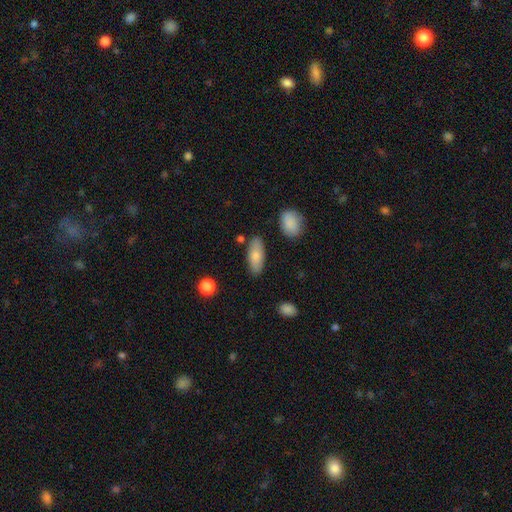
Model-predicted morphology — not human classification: A smooth galaxy with no disk features (78%) that is in between round and cigar-shaped (82%).

Vote fractions:
- Smooth or featured? smooth: 78% / featured or disk: 15% / star or artifact: 7%
- How rounded? in between: 82% / cigar-shaped: 15% / round: 3%
- Merging? none: 83% / minor disturbance: 11% / merger: 3% / major disturbance: 3%